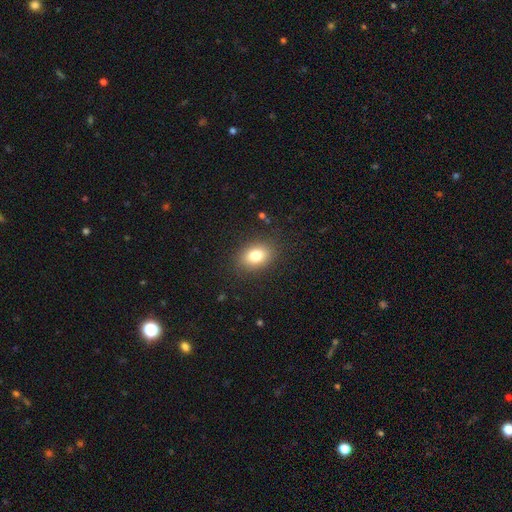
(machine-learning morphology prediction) smooth-or-featured: smooth: 80% | featured or disk: 10% | star or artifact: 10%
  how-rounded: in between: 77% | round: 22% | cigar-shaped: 1%
  merging: none: 86% | minor disturbance: 9% | major disturbance: 3% | merger: 1%